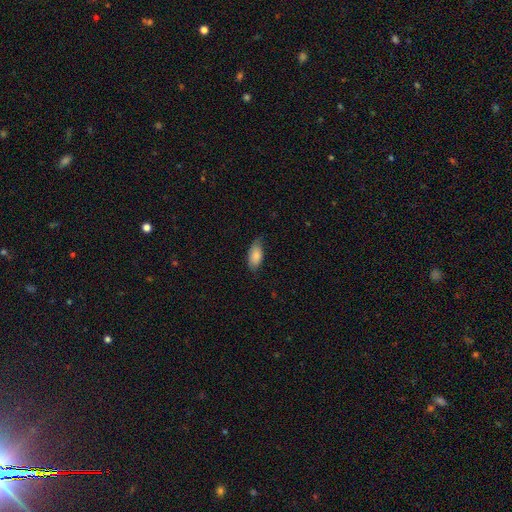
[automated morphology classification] Smooth or featured: smooth — 85% (featured or disk — 9%)
How rounded: in between — 92% (cigar-shaped — 6%)
Merging: none — 67% (minor disturbance — 27%)